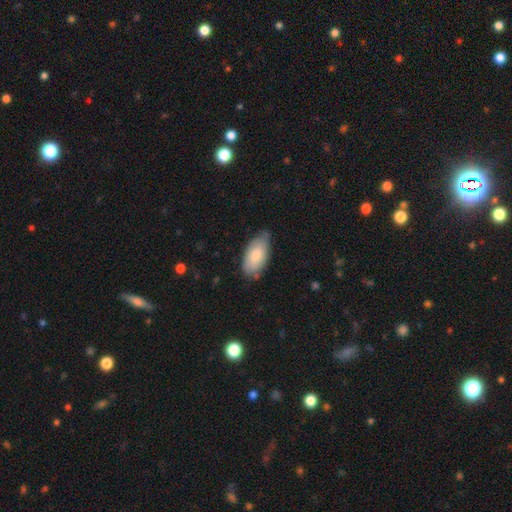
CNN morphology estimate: The model was most divided on "merging": none: 64%, minor disturbance: 29%, major disturbance: 4%, merger: 2%. More confident: how rounded — in between (94%); smooth or featured — smooth (79%).